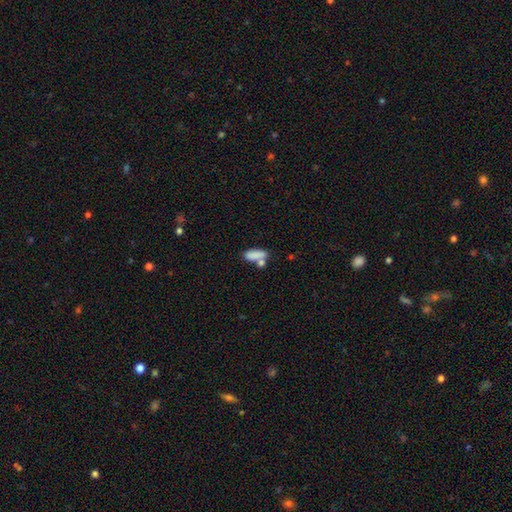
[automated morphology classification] This appears to be a smooth galaxy with no disk features (82%) that is in between round and cigar-shaped (71%). Merging: none (48%).